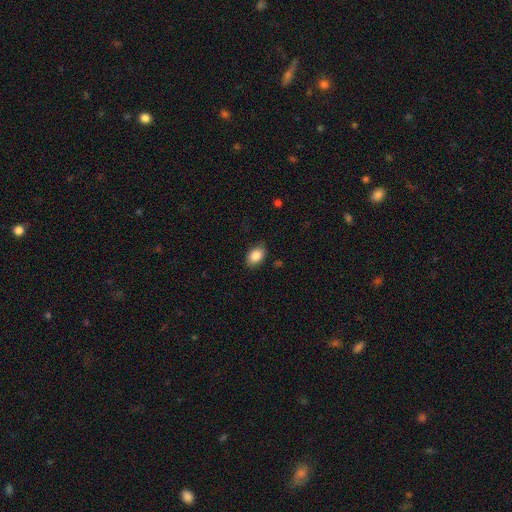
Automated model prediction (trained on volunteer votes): Smooth or featured?
  - smooth: 87% *
  - star or artifact: 8%
  - featured or disk: 6%
How rounded?
  - in between: 85% *
  - round: 14%
  - cigar-shaped: 1%
Merging?
  - none: 85% *
  - minor disturbance: 12%
  - major disturbance: 3%
  - merger: 1%